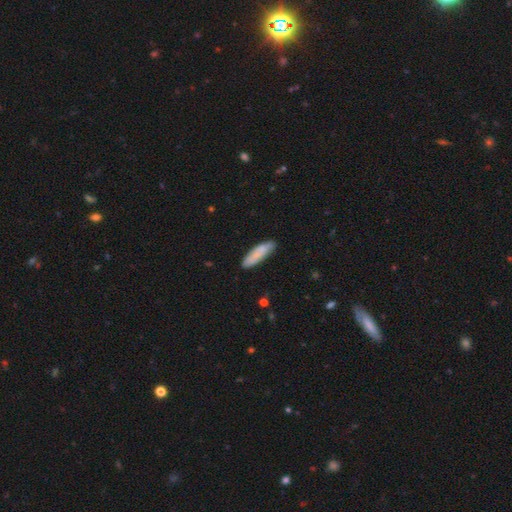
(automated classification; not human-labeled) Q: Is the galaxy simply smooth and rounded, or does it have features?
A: smooth — 76%.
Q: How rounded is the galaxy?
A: cigar-shaped — 57%.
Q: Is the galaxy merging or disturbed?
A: none — 82%.